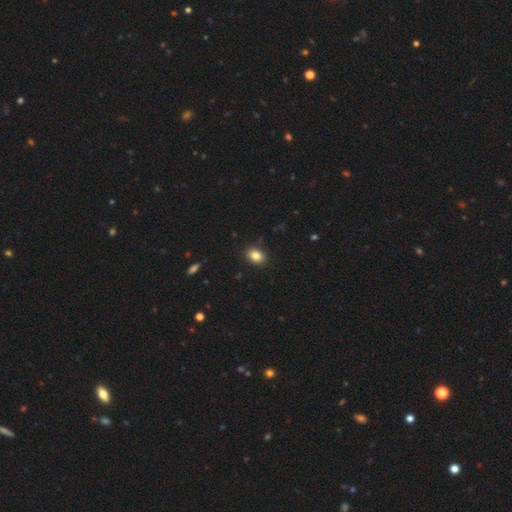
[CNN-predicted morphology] Smooth or featured: smooth — 84% (star or artifact — 10%)
How rounded: in between — 71% (round — 28%)
Merging: none — 88% (minor disturbance — 9%)